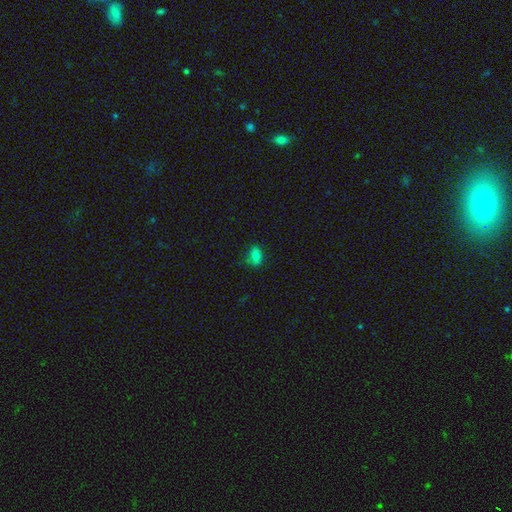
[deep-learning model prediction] smooth-or-featured: smooth: 78% | star or artifact: 14% | featured or disk: 8%
  how-rounded: in between: 82% | round: 13% | cigar-shaped: 5%
  merging: none: 74% | minor disturbance: 20% | major disturbance: 4% | merger: 1%